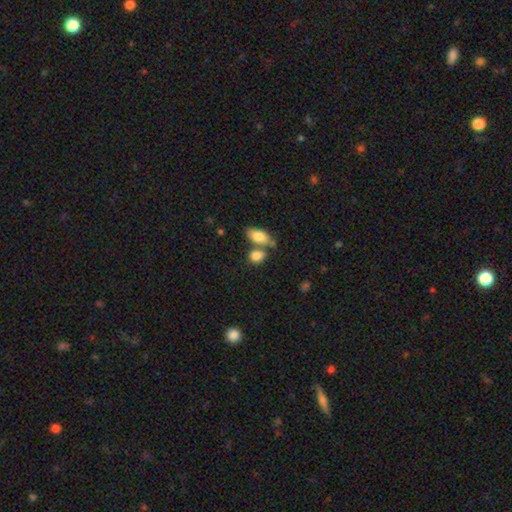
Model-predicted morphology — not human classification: A smooth galaxy with no disk features (85%) that is in between round and cigar-shaped (71%). Merging: none (48%).